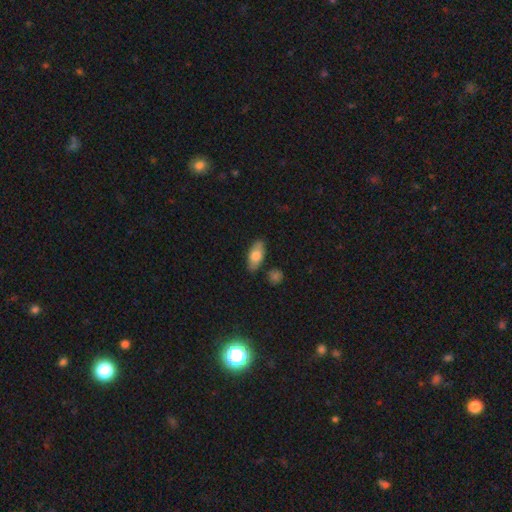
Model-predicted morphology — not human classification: The model was most divided on "smooth or featured": smooth: 73%, featured or disk: 21%, star or artifact: 6%. More confident: how rounded — in between (86%); merging — none (84%).